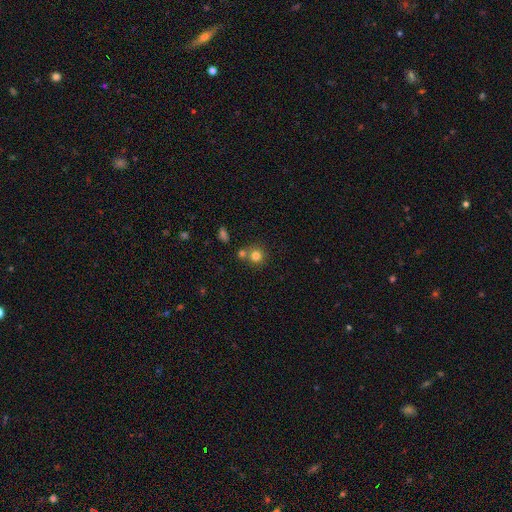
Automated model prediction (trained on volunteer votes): smooth 79%, star or artifact 13%, featured or disk 9%. Down the decision tree: how rounded — round (90%); merging — none (60%).